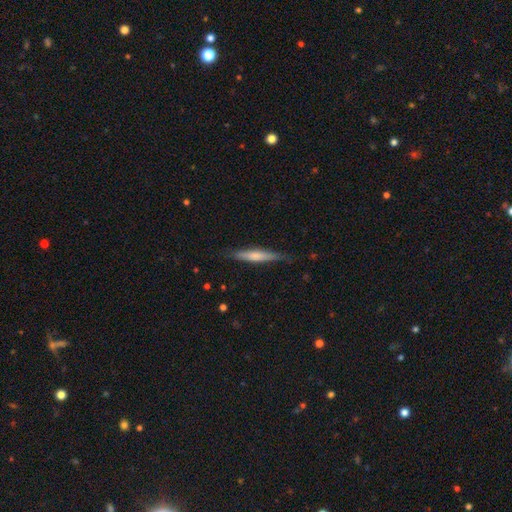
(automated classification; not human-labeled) Q: Smooth or featured?
A: smooth (56%); runner-up: featured or disk (38%)
Q: How rounded?
A: cigar-shaped (92%); runner-up: in between (7%)
Q: Merging?
A: none (80%); runner-up: minor disturbance (16%)